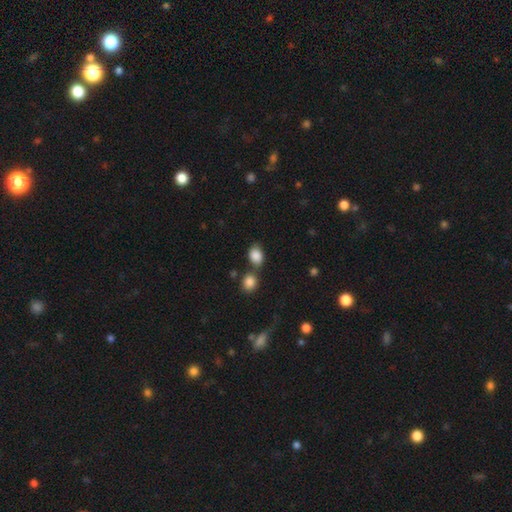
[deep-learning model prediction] Q: Smooth or featured?
A: smooth (86%); runner-up: star or artifact (8%)
Q: How rounded?
A: in between (69%); runner-up: round (29%)
Q: Merging?
A: none (54%); runner-up: merger (27%)